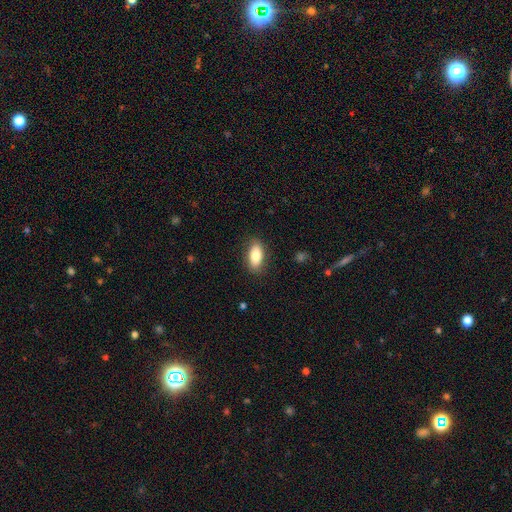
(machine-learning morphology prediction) smooth-or-featured: smooth: 81% | featured or disk: 12% | star or artifact: 7%
  how-rounded: in between: 87% | cigar-shaped: 9% | round: 4%
  merging: none: 86% | minor disturbance: 10% | major disturbance: 3% | merger: 1%